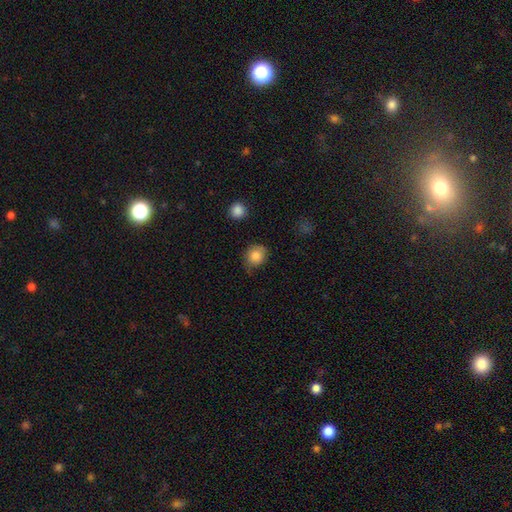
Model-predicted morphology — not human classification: This appears to be a smooth galaxy with no disk features (84%) that is round (81%). Merging: none (65%).